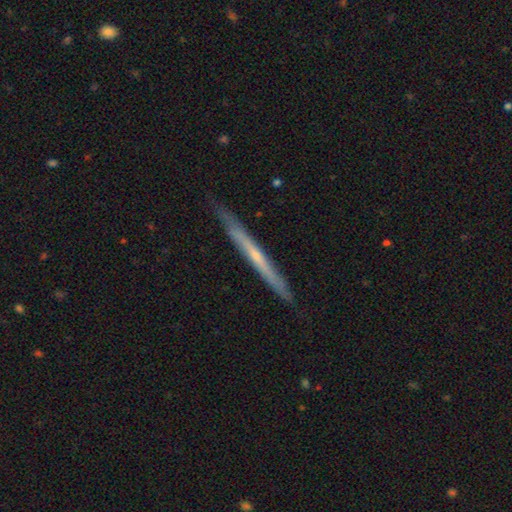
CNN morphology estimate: smooth_or_featured: featured or disk (p=0.65) [alt: smooth p=0.28]
disk_edge_on: yes (p=0.96) [alt: no p=0.04]
edge_on_bulge: none (p=0.67) [alt: rounded p=0.29]
merging: none (p=0.88) [alt: minor disturbance p=0.10]